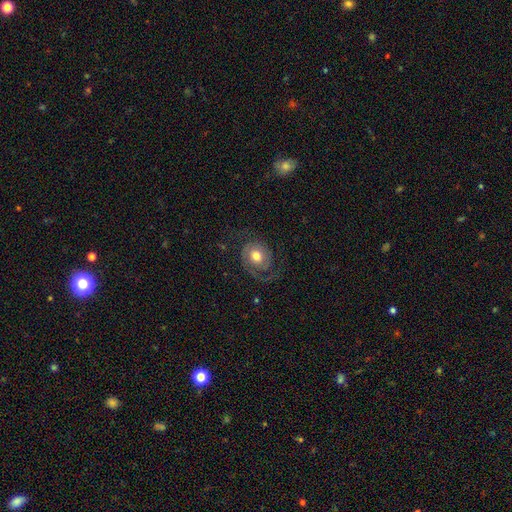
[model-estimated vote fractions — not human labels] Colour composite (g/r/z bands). It shows a featured or disk galaxy (68%) with no bar (76%), 2 (67%) medium (40%) spiral arms (89%) and a moderate central bulge (72%). Merging: none (65%).